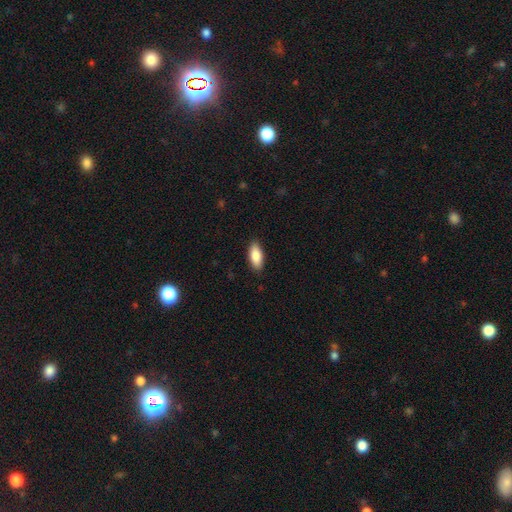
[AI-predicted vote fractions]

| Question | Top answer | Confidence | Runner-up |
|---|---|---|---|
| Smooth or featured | smooth | 87% | featured or disk (7%) |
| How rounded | in between | 85% | cigar-shaped (13%) |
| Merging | none | 88% | minor disturbance (9%) |